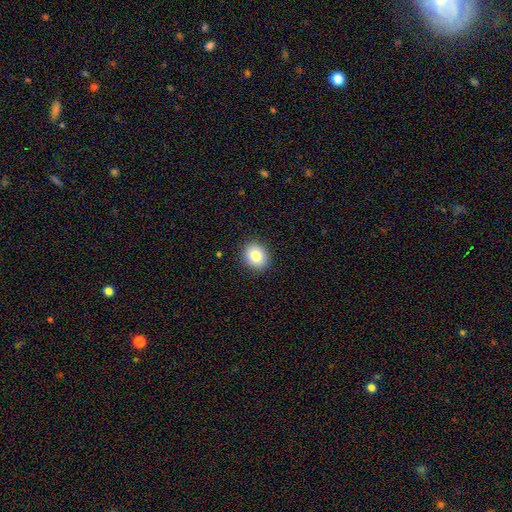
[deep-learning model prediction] Smooth or featured?
  - smooth: 83% *
  - star or artifact: 9%
  - featured or disk: 8%
How rounded?
  - round: 64% *
  - in between: 35%
  - cigar-shaped: 1%
Merging?
  - none: 90% *
  - minor disturbance: 7%
  - major disturbance: 2%
  - merger: 1%